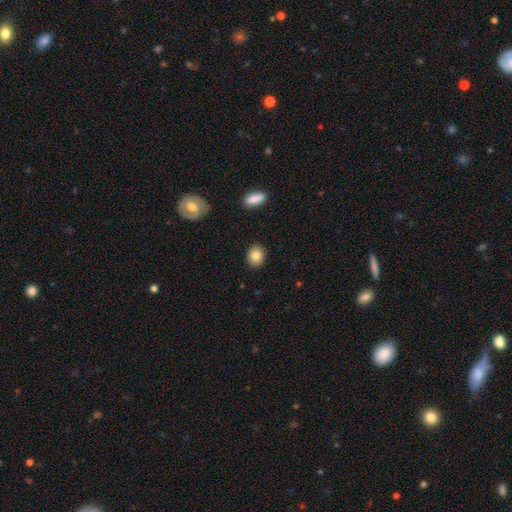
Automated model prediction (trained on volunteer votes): This is clearly a smooth galaxy (82%). How rounded: possibly round (55%). Merging: clearly none (90%).